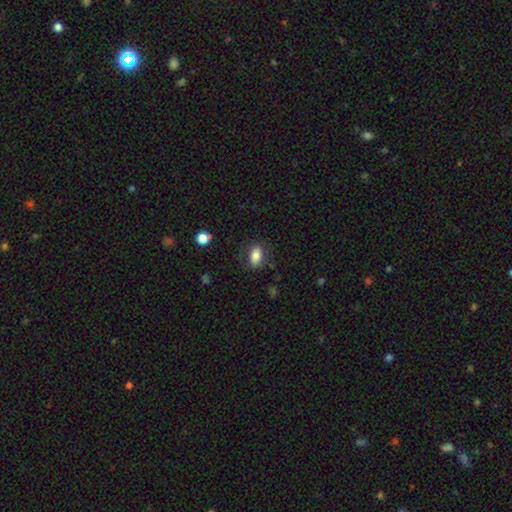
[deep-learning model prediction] The model was most divided on "merging": none: 78%, minor disturbance: 15%, major disturbance: 6%, merger: 2%. More confident: how rounded — in between (88%); smooth or featured — smooth (78%).